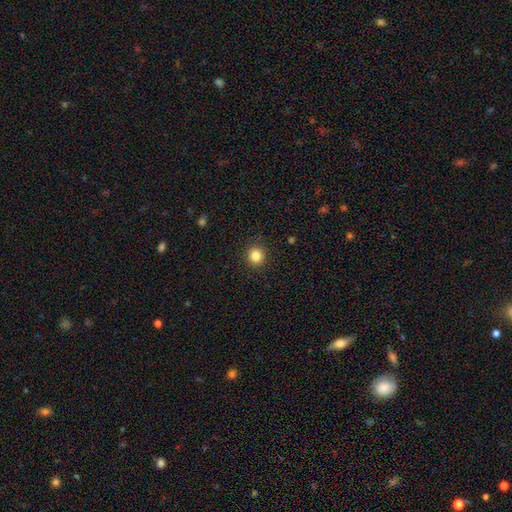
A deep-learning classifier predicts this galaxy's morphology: smooth-or-featured: smooth: 84% | star or artifact: 11% | featured or disk: 4%
  how-rounded: round: 93% | in between: 6% | cigar-shaped: 1%
  merging: none: 92% | minor disturbance: 5% | major disturbance: 2% | merger: 1%